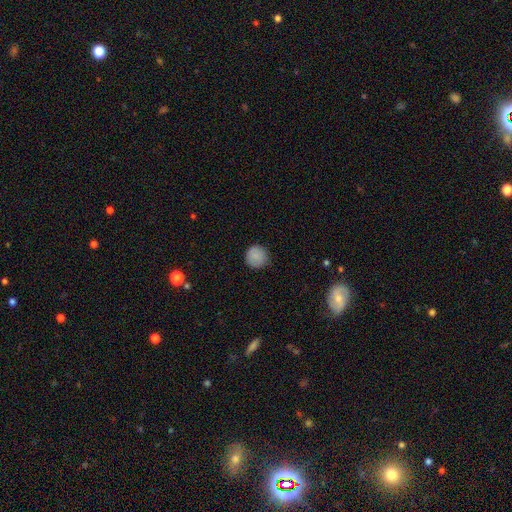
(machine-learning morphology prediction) Smooth or featured? Predicted: smooth (p=0.87). How rounded? Predicted: round (p=0.94). Merging? Predicted: none (p=0.87).